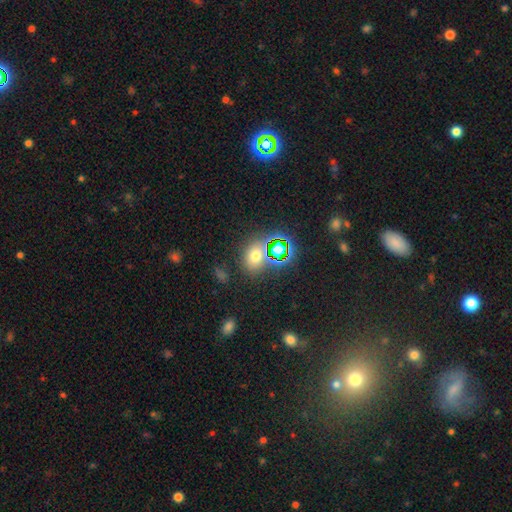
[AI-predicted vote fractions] smooth 57%, star or artifact 33%, featured or disk 10%. Down the decision tree: how rounded — in between (50%); merging — none (74%).